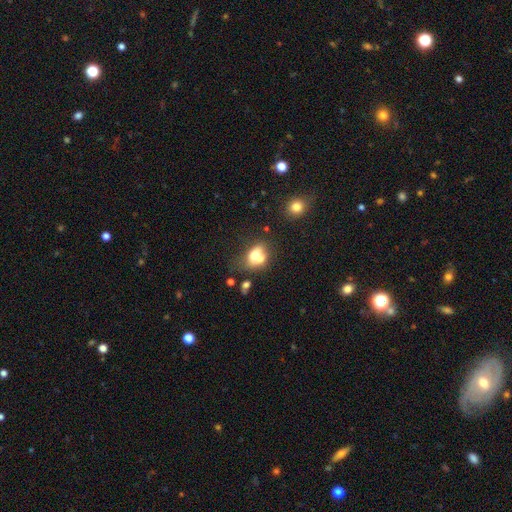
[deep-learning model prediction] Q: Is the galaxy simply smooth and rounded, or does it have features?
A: smooth — 67%.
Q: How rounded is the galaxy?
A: in between — 63%.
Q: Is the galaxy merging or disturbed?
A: merger — 49%.